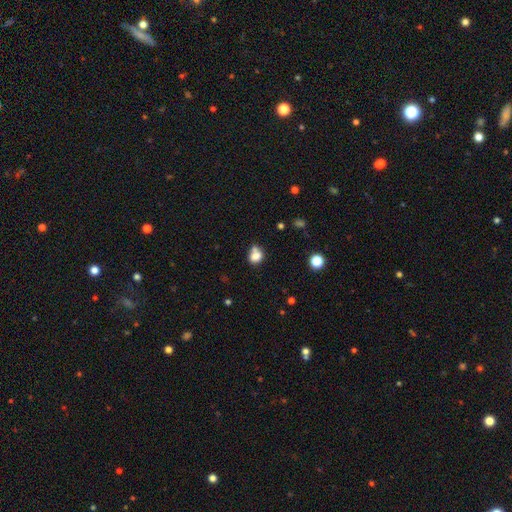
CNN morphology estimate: The model was most divided on "merging": none: 41%, merger: 34%, minor disturbance: 17%, major disturbance: 7%. More confident: smooth or featured — smooth (77%); how rounded — round (58%).